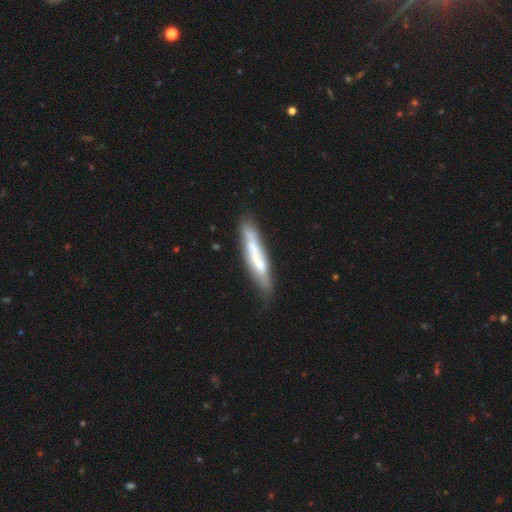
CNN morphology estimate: Smooth or featured? Predicted: smooth (p=0.50). How rounded? Predicted: cigar-shaped (p=0.88). Merging? Predicted: none (p=0.65).